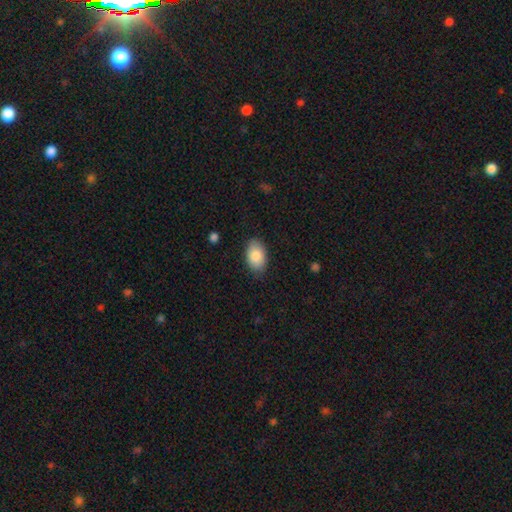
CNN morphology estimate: smooth-or-featured: smooth: 86% | featured or disk: 8% | star or artifact: 7%
  how-rounded: in between: 90% | round: 9% | cigar-shaped: 1%
  merging: none: 83% | minor disturbance: 13% | major disturbance: 3% | merger: 1%